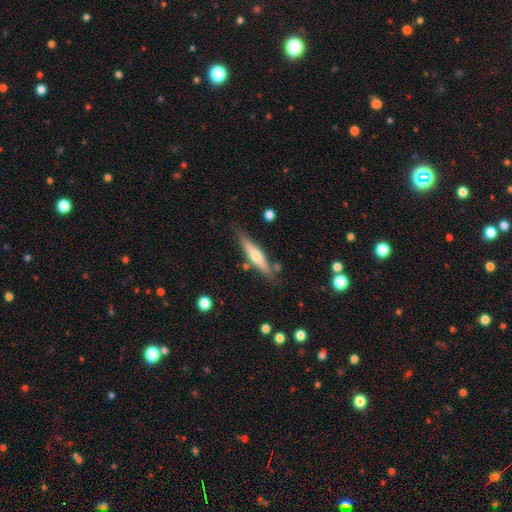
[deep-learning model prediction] This appears to be a featured or disk galaxy (53%) viewed edge-on (93%). Merging: none (79%).